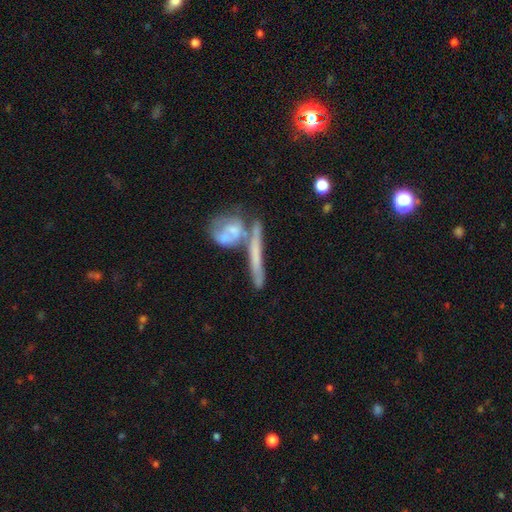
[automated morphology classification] This appears to be a featured or disk galaxy (49%). Merging: none (44%).